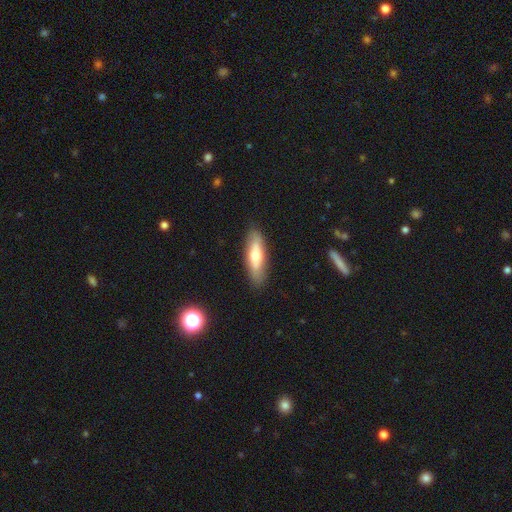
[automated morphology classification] Overall: smooth (61%; featured or disk 33%). How rounded: cigar-shaped (56%; in between 42%). Merging: none (86%).